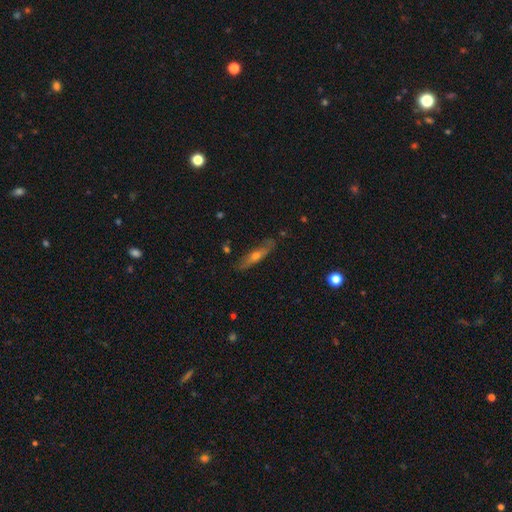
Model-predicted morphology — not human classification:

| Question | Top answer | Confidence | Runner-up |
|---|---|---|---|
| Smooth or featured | featured or disk | 56% | smooth (36%) |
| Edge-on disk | yes | 76% | no (24%) |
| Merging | none | 81% | minor disturbance (14%) |